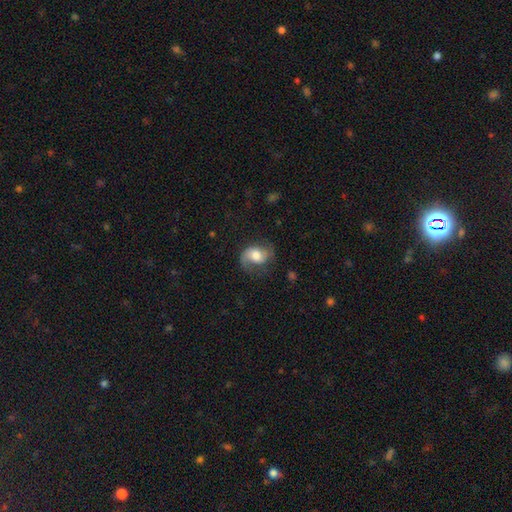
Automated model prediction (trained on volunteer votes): A featured or disk galaxy (62%) with no bar (55%), 2 (76%) loose (45%) spiral arms (90%) and a moderate central bulge (53%).

Vote fractions:
- Smooth or featured? featured or disk: 62% / smooth: 30% / star or artifact: 8%
- Edge-on disk? no: 97% / yes: 3%
- Bar? no: 55% / weak: 35% / strong: 10%
- Spiral arms? yes: 90% / no: 10%
- Spiral winding? loose: 45% / medium: 41% / tight: 14%
- Spiral arm count? 2: 76% / 1: 16% / can't tell: 5% / 3: 1% / 4: 1% / more than 4: 1%
- Bulge size? moderate: 53% / large: 29% / small: 11% / dominant: 4% / none: 3%
- Merging? none: 61% / minor disturbance: 22% / major disturbance: 16% / merger: 2%